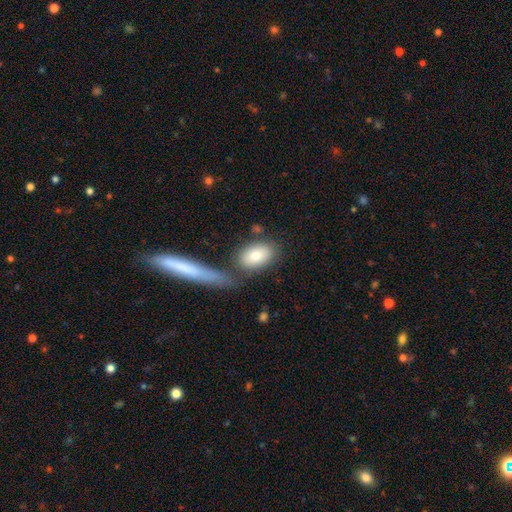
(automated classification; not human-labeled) This appears to be a smooth galaxy with no disk features (79%) that is in between round and cigar-shaped (88%). Merging: none (66%).